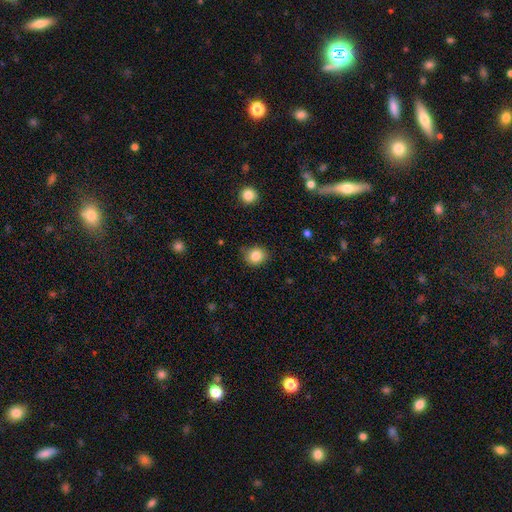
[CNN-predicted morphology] The model was most divided on "how rounded": round: 77%, in between: 22%, cigar-shaped: 1%. More confident: smooth or featured — smooth (85%); merging — none (83%).